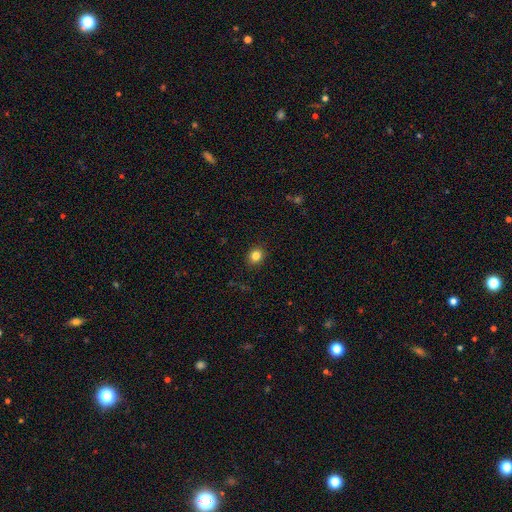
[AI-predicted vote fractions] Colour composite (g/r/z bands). It shows a smooth galaxy with no disk features (84%) that is round (68%). Merging: none (90%).